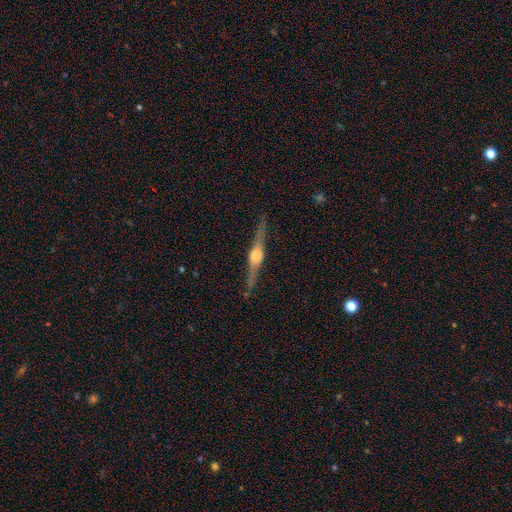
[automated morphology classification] smooth-or-featured: featured or disk: 81% | smooth: 13% | star or artifact: 6%
  disk-edge-on: yes: 98% | no: 2%
    edge-on-bulge: rounded: 92% | boxy: 6% | none: 2%
  merging: none: 87% | minor disturbance: 10% | major disturbance: 2% | merger: 1%